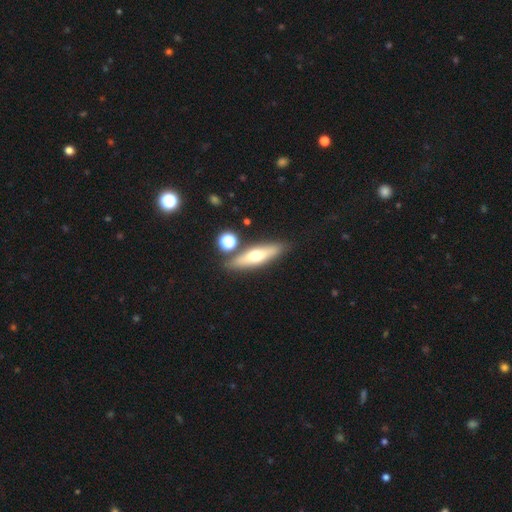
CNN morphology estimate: smooth-or-featured: smooth: 48% | featured or disk: 45% | star or artifact: 7%
  merging: none: 82% | minor disturbance: 9% | merger: 6% | major disturbance: 2%